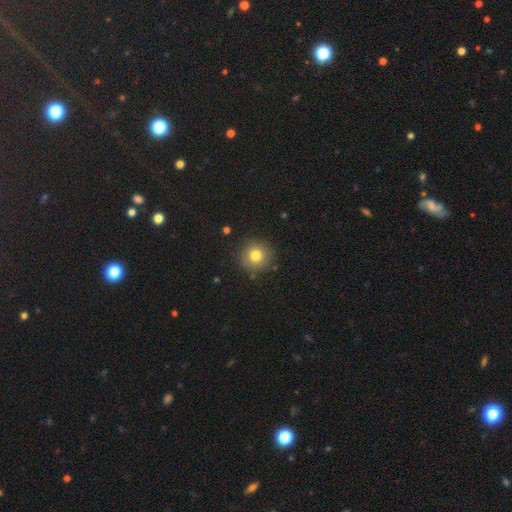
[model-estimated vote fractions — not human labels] Smooth or featured? Predicted: smooth (p=0.78). How rounded? Predicted: round (p=0.95). Merging? Predicted: none (p=0.88).